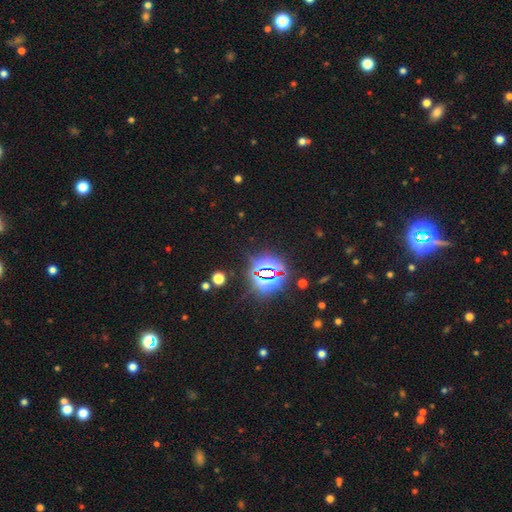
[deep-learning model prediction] Smooth or featured? star or artifact (79%)